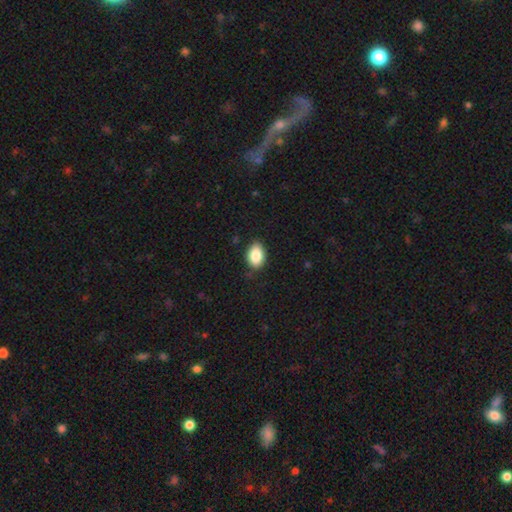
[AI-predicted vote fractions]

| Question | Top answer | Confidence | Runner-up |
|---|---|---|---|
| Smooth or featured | smooth | 86% | star or artifact (7%) |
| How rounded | in between | 85% | round (14%) |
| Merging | none | 83% | minor disturbance (13%) |